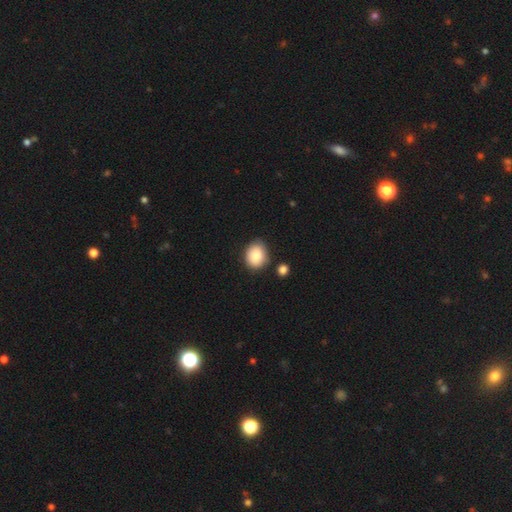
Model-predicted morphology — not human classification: smooth 86%, star or artifact 7%, featured or disk 7%. Down the decision tree: how rounded — round (52%); merging — none (74%).